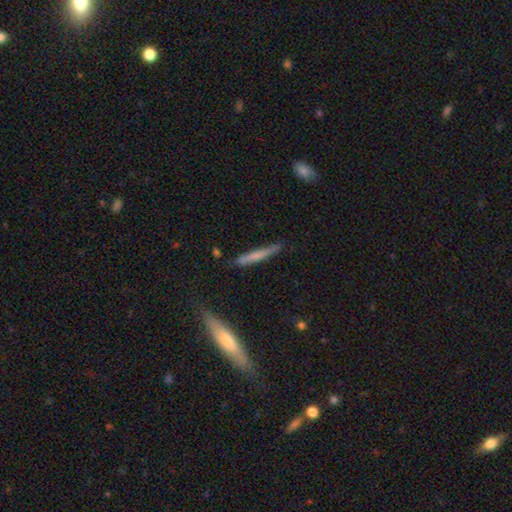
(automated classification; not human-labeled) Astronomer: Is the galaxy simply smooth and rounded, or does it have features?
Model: smooth — 57% (runner-up: featured or disk, 37%).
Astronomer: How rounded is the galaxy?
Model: cigar-shaped — 94%.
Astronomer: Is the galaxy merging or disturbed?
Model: none — 81%.